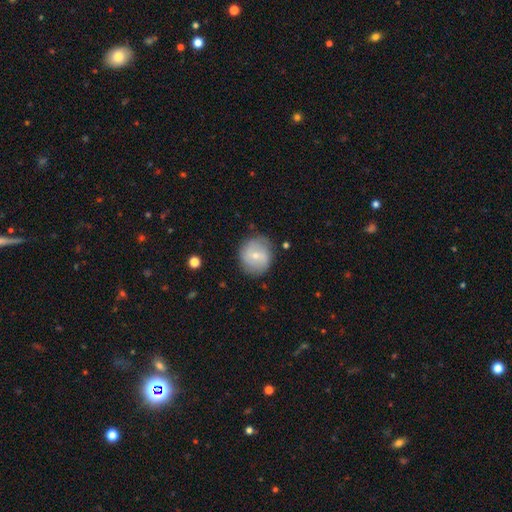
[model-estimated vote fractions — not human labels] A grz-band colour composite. It shows a smooth galaxy with no disk features (54%) that is round (87%). Merging: none (79%).